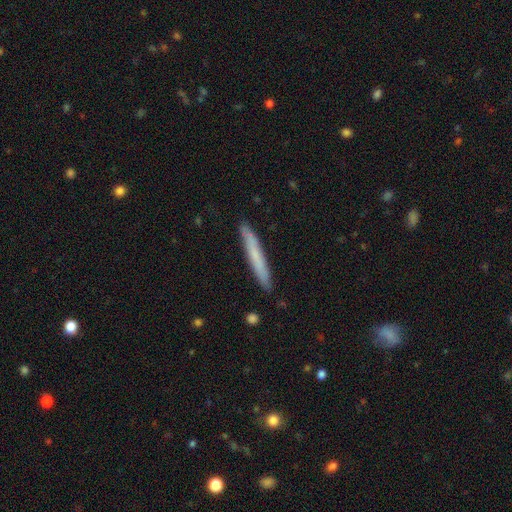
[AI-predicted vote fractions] Overall: smooth (63%; featured or disk 31%). How rounded: cigar-shaped (97%). Merging: none (91%).